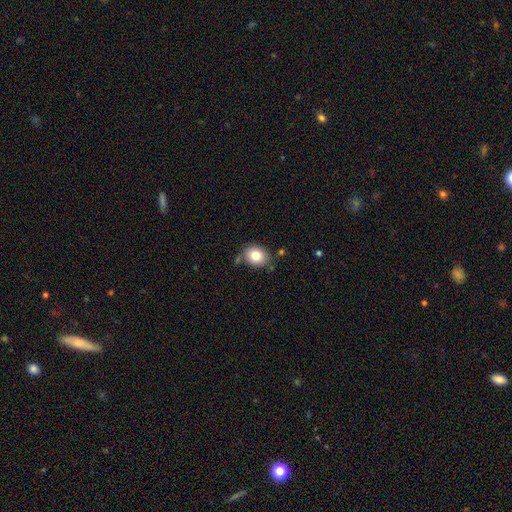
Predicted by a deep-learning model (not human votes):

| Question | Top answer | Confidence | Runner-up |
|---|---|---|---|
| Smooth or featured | smooth | 80% | star or artifact (10%) |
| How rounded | round | 58% | in between (41%) |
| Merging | none | 76% | minor disturbance (15%) |